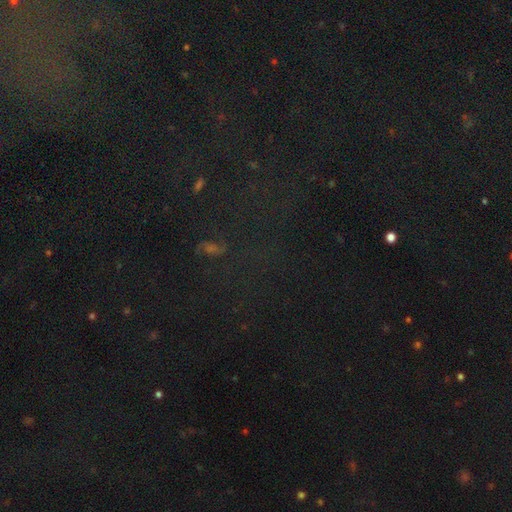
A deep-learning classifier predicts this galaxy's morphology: Smooth or featured? Predicted: star or artifact (p=0.74).